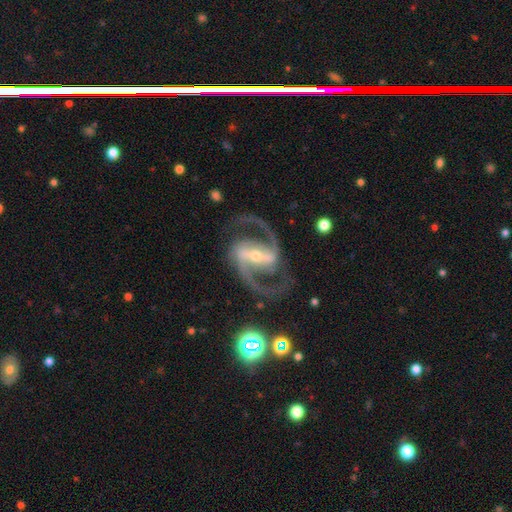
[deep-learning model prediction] Smooth or featured? Predicted: featured or disk (p=0.93). Edge-on disk? Predicted: no (p=0.98). Bar? Predicted: strong (p=0.70). Spiral arms? Predicted: yes (p=0.98). Spiral winding? Predicted: medium (p=0.67). Spiral arm count? Predicted: 2 (p=0.94). Bulge size? Predicted: small (p=0.55). Merging? Predicted: none (p=0.81).